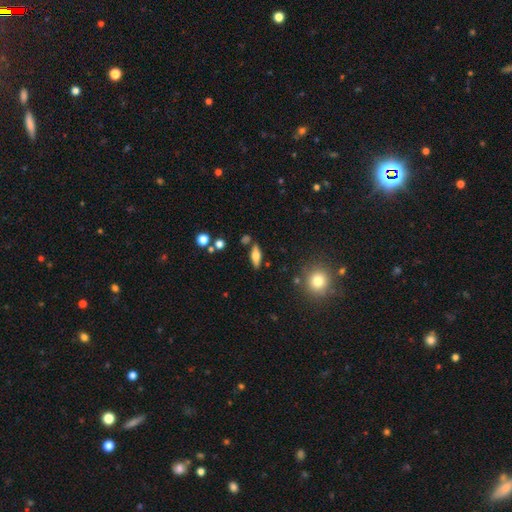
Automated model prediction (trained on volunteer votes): This appears to be a smooth galaxy with no disk features (53%) that is in between round and cigar-shaped (64%). Merging: none (81%).